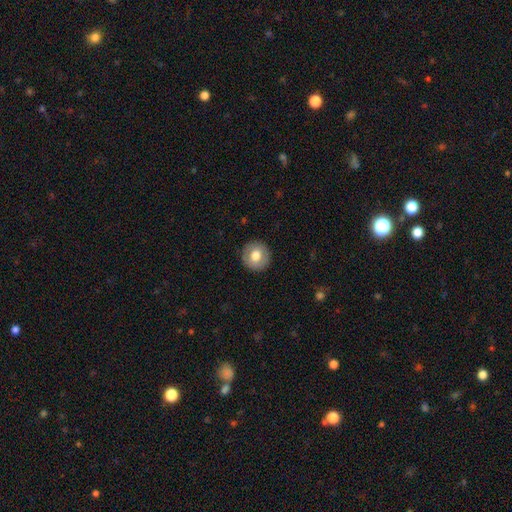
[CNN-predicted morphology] Smooth or featured? Predicted: smooth (p=0.74). How rounded? Predicted: round (p=0.95). Merging? Predicted: none (p=0.91).